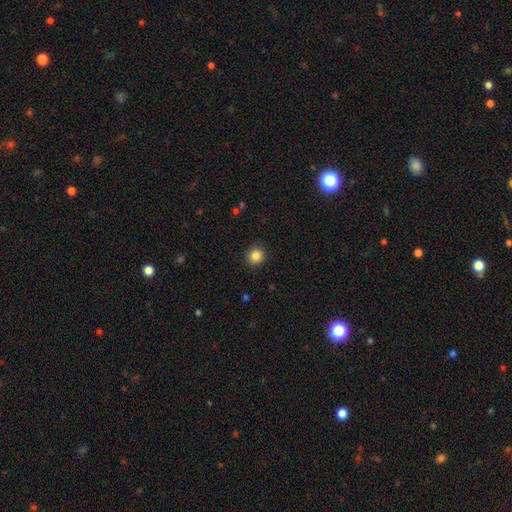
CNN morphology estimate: smooth-or-featured: smooth: 85% | star or artifact: 10% | featured or disk: 5%
  how-rounded: round: 86% | in between: 13% | cigar-shaped: 1%
  merging: none: 90% | minor disturbance: 7% | major disturbance: 2% | merger: 1%